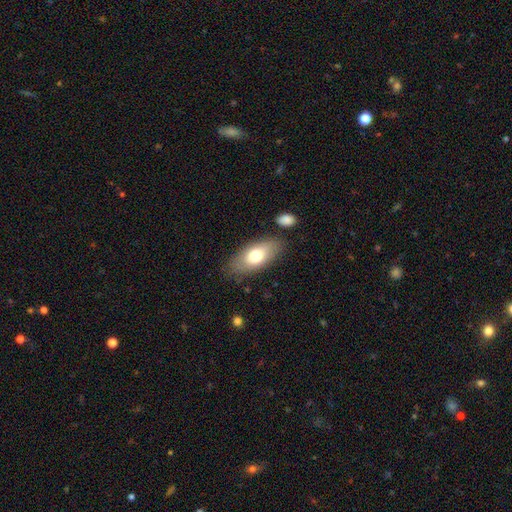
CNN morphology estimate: A smooth galaxy with no disk features (71%) that is in between round and cigar-shaped (87%). Merging: none (78%).